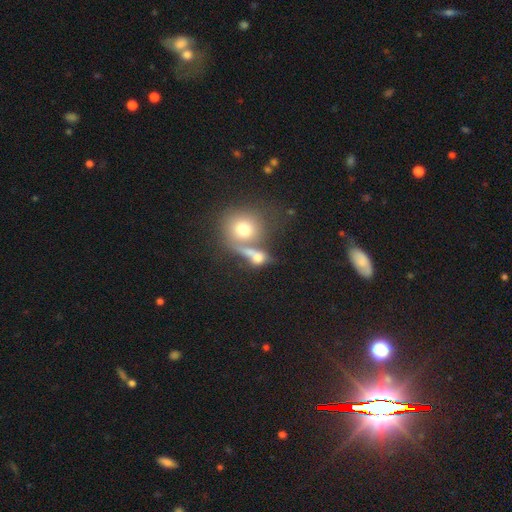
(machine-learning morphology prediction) Q: Smooth or featured?
A: smooth (58%); runner-up: featured or disk (25%)
Q: How rounded?
A: round (59%); runner-up: in between (33%)
Q: Merging?
A: merger (46%); runner-up: none (36%)